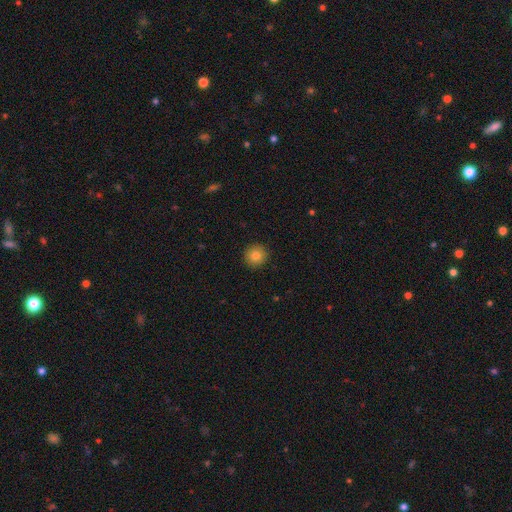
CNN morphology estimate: type=smooth (81%); roundness=round (94%); merging=none (92%).